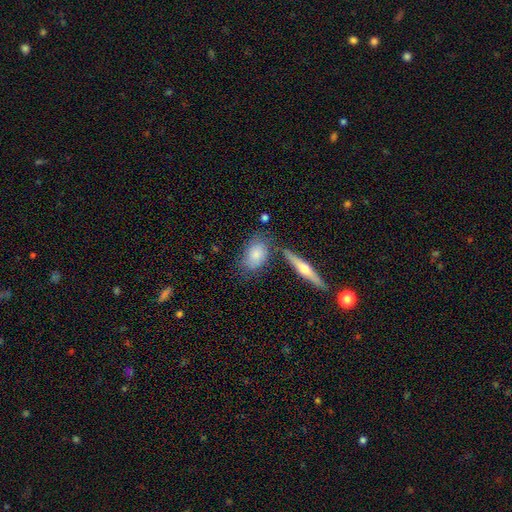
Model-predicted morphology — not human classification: A smooth galaxy with no disk features (69%) that is in between round and cigar-shaped (80%). Merging: none (64%).